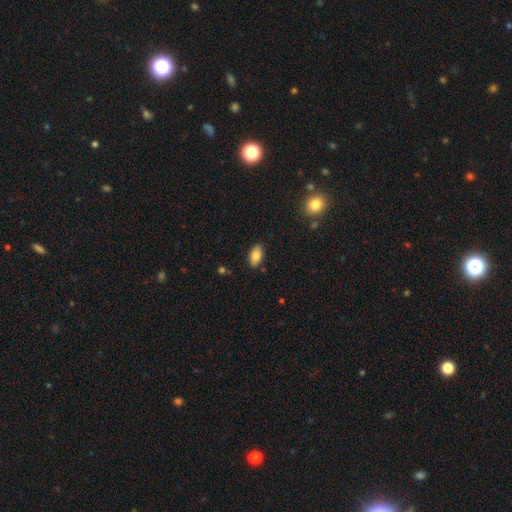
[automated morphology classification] smooth-or-featured: smooth: 80% | featured or disk: 12% | star or artifact: 8%
  how-rounded: in between: 92% | cigar-shaped: 5% | round: 4%
  merging: none: 87% | minor disturbance: 10% | major disturbance: 2% | merger: 1%